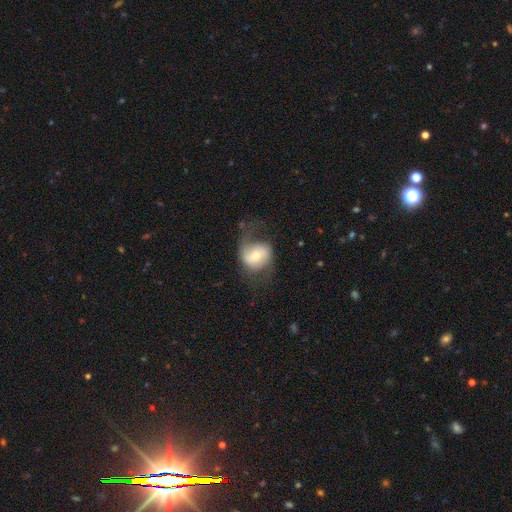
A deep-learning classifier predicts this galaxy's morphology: smooth_or_featured: featured or disk (p=0.62) [alt: smooth p=0.30]
disk_edge_on: no (p=0.96) [alt: yes p=0.04]
bar: no (p=0.50) [alt: weak p=0.34]
has_spiral_arms: yes (p=0.82) [alt: no p=0.18]
bulge_size: moderate (p=0.58) [alt: small p=0.35]
merging: none (p=0.48) [alt: major disturbance p=0.26]